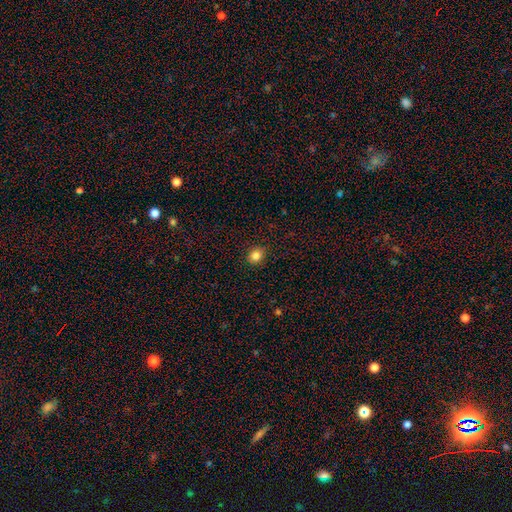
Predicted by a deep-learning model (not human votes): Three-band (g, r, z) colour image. It shows a smooth galaxy with no disk features (84%) that is round (73%). Merging: none (91%).